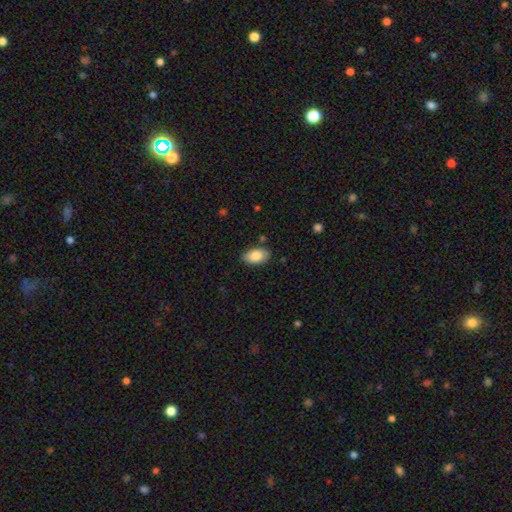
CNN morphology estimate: Smooth or featured?
  - smooth: 85% *
  - featured or disk: 9%
  - star or artifact: 7%
How rounded?
  - in between: 93% *
  - round: 5%
  - cigar-shaped: 2%
Merging?
  - none: 84% *
  - minor disturbance: 12%
  - major disturbance: 2%
  - merger: 2%